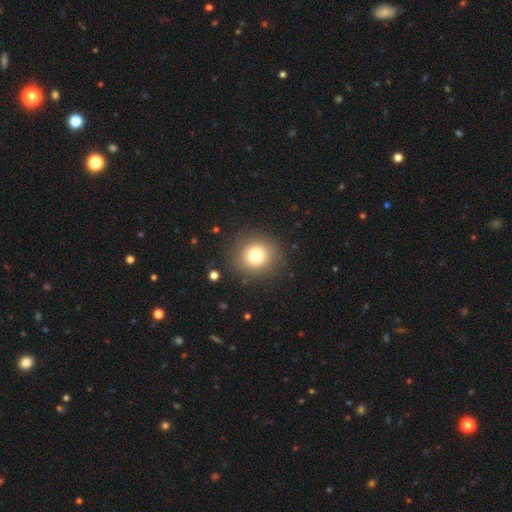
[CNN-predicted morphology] smooth_or_featured: smooth (p=0.77) [alt: star or artifact p=0.13]
how_rounded: round (p=0.89) [alt: in between p=0.10]
merging: none (p=0.87) [alt: minor disturbance p=0.08]